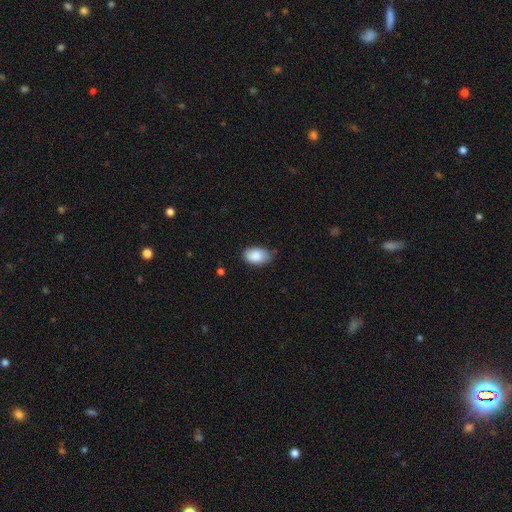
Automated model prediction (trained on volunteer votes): Smooth or featured?
  - smooth: 87% *
  - featured or disk: 7%
  - star or artifact: 6%
How rounded?
  - in between: 92% *
  - round: 7%
  - cigar-shaped: 1%
Merging?
  - none: 70% *
  - minor disturbance: 26%
  - major disturbance: 3%
  - merger: 1%